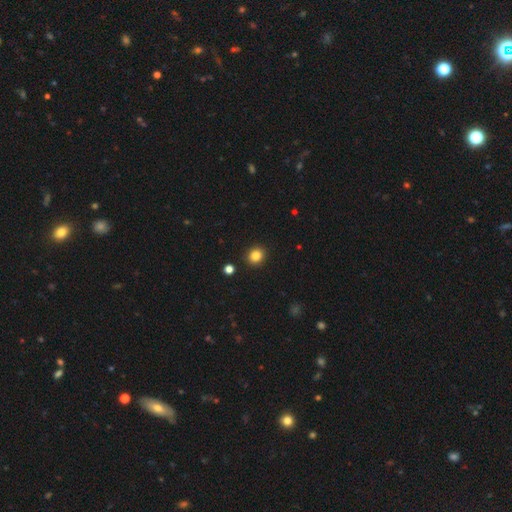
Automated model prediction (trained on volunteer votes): Q: Smooth or featured?
A: smooth (84%); runner-up: star or artifact (11%)
Q: How rounded?
A: round (82%); runner-up: in between (17%)
Q: Merging?
A: none (91%); runner-up: minor disturbance (5%)